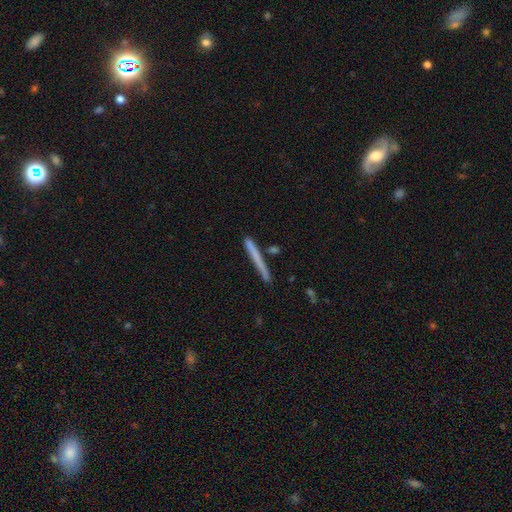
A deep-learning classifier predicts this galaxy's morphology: Smooth or featured: smooth — 63% (featured or disk — 31%)
How rounded: cigar-shaped — 97% (in between — 2%)
Merging: none — 85% (minor disturbance — 10%)